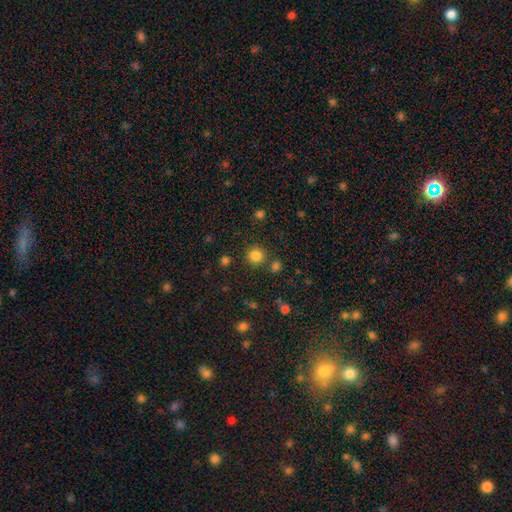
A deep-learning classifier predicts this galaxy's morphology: Smooth or featured: smooth — 82% (star or artifact — 13%)
How rounded: round — 93% (in between — 6%)
Merging: none — 83% (merger — 7%)